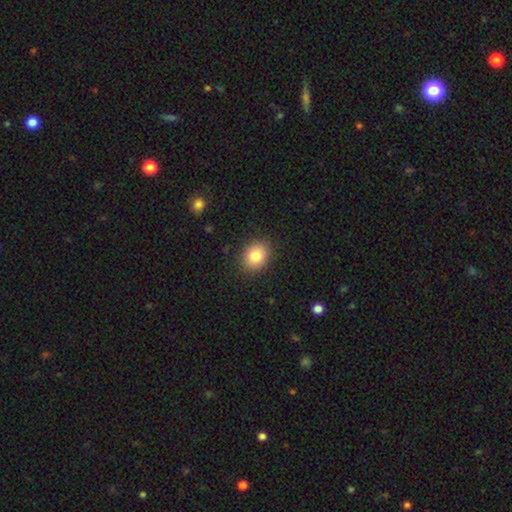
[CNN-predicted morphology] Smooth or featured? smooth (83%)
How rounded? round (60%)
Merging? none (88%)